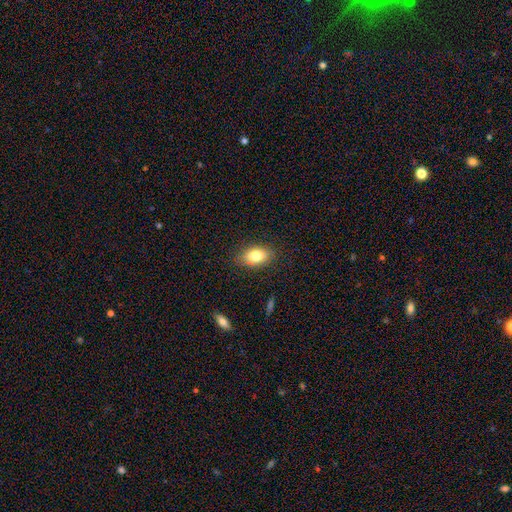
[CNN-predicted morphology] A smooth galaxy with no disk features (80%) that is in between round and cigar-shaped (88%).

Vote fractions:
- Smooth or featured? smooth: 80% / featured or disk: 12% / star or artifact: 8%
- How rounded? in between: 88% / round: 9% / cigar-shaped: 2%
- Merging? none: 86% / minor disturbance: 11% / major disturbance: 3% / merger: 1%